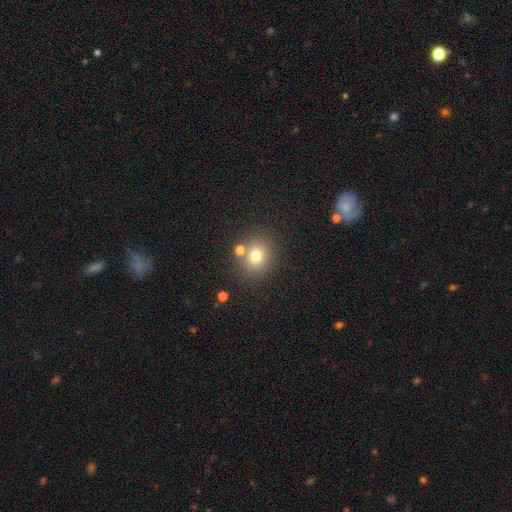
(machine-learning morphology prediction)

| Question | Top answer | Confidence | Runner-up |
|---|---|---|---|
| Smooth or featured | smooth | 74% | star or artifact (15%) |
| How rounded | round | 77% | in between (22%) |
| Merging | none | 76% | merger (12%) |